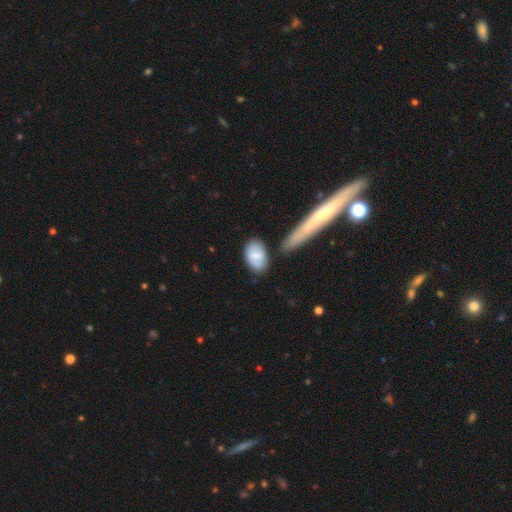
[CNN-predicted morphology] type=smooth (66%); roundness=in between (89%); merging=none (68%).